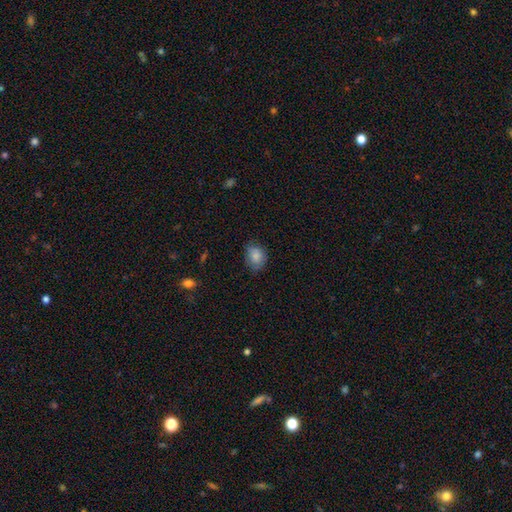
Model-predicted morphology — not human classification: type=smooth (86%); roundness=in between (58%); merging=none (73%).